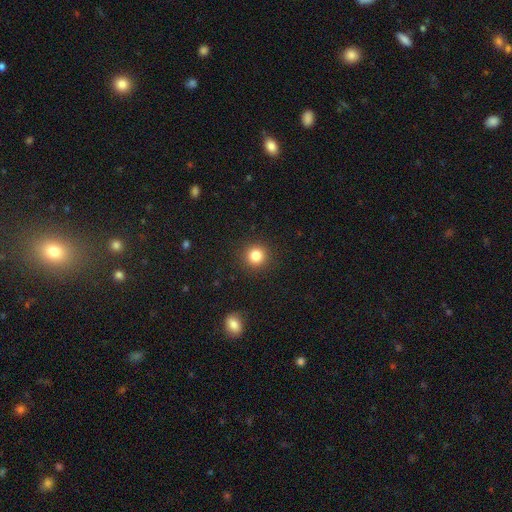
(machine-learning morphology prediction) A smooth galaxy with no disk features (84%) that is round (94%). Merging: none (91%).